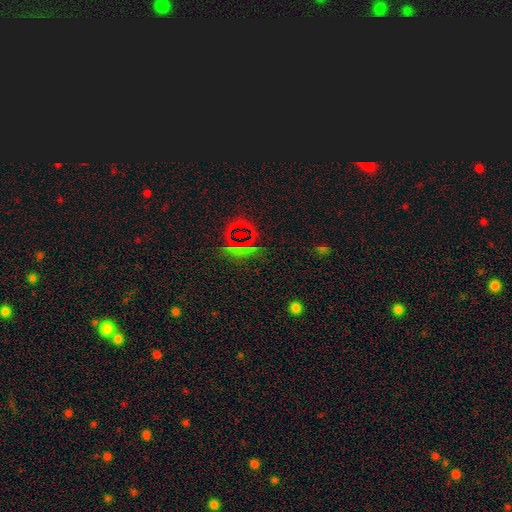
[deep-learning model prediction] Smooth or featured: star or artifact — 51% (smooth — 28%)